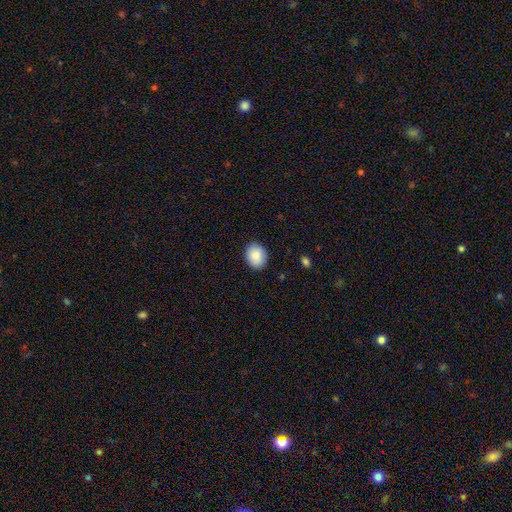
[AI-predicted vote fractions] Morphology: type=smooth (88%); roundness=in between (58%); merging=none (89%).